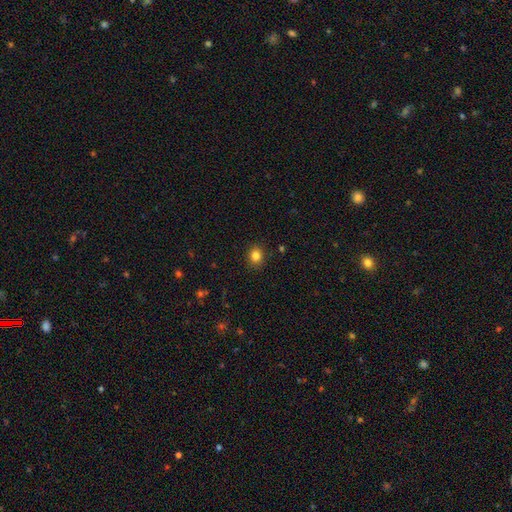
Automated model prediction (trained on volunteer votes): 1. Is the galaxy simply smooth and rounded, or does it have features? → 83% smooth, 12% star or artifact, 5% featured or disk.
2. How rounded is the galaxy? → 69% round, 30% in between, 1% cigar-shaped.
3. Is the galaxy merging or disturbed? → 89% none, 8% minor disturbance, 2% major disturbance, 1% merger.